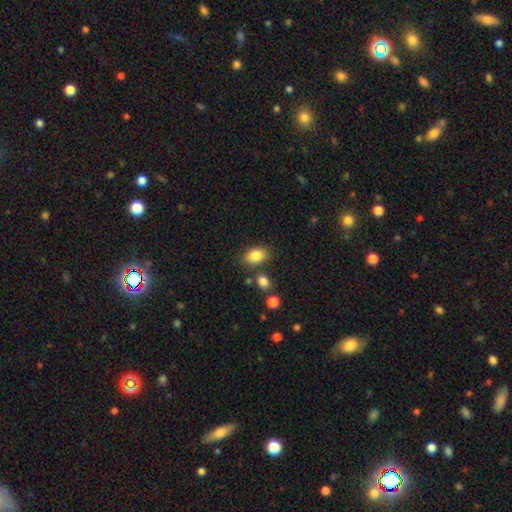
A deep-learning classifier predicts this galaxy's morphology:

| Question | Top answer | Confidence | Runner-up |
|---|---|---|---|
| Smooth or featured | smooth | 85% | star or artifact (8%) |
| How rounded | in between | 82% | round (16%) |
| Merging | none | 79% | minor disturbance (11%) |